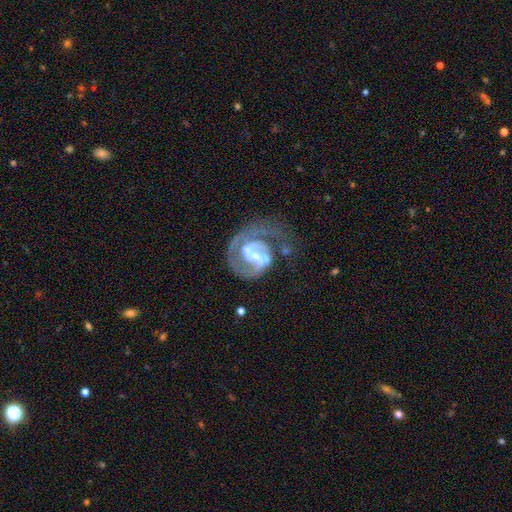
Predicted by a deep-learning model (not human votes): A featured or disk galaxy (84%) with a weak bar (43%), 2 (43%) medium (44%) spiral arms (88%) and a small central bulge (47%). Merging: major disturbance (36%).